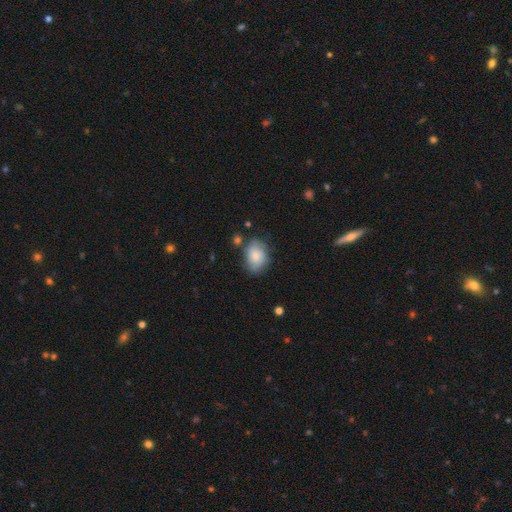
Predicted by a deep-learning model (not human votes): Morphology: type=smooth (70%); roundness=in between (69%); merging=none (63%).